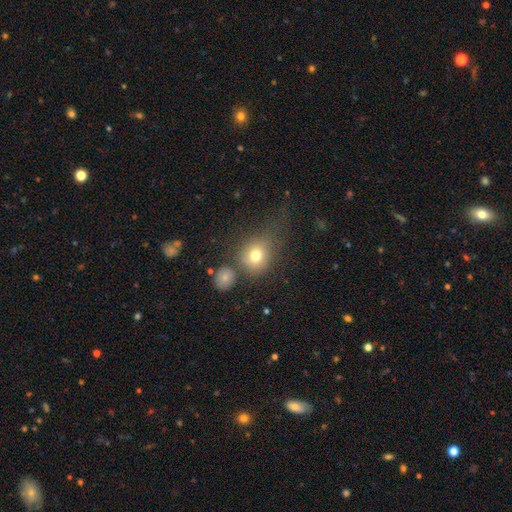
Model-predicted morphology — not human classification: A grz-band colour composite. It shows a smooth galaxy with no disk features (75%) that is round (71%). Merging: none (50%).